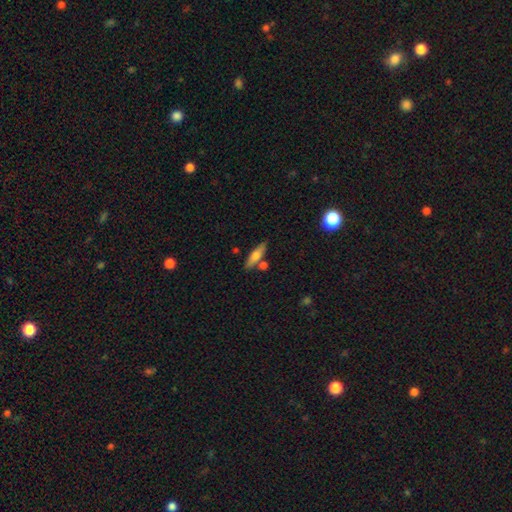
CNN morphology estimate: Smooth or featured? smooth (63%)
How rounded? cigar-shaped (65%)
Merging? none (74%)